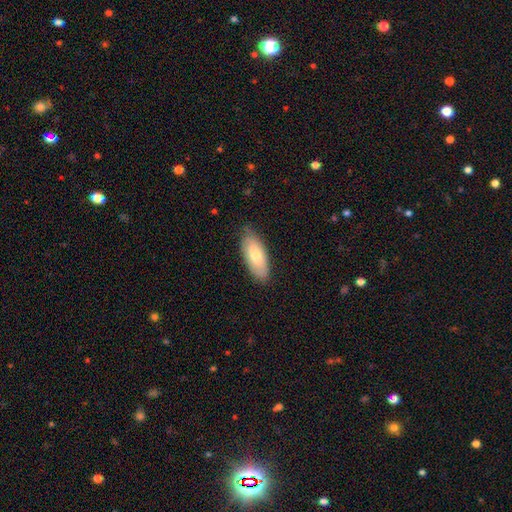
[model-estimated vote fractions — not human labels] Smooth or featured: smooth — 72% (featured or disk — 23%)
How rounded: in between — 83% (cigar-shaped — 15%)
Merging: none — 78% (minor disturbance — 18%)